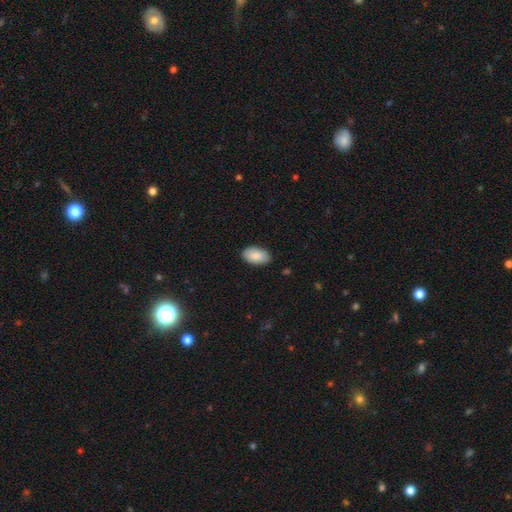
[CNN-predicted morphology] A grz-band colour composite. It shows a smooth galaxy with no disk features (87%) that is in between round and cigar-shaped (95%). Merging: none (88%).